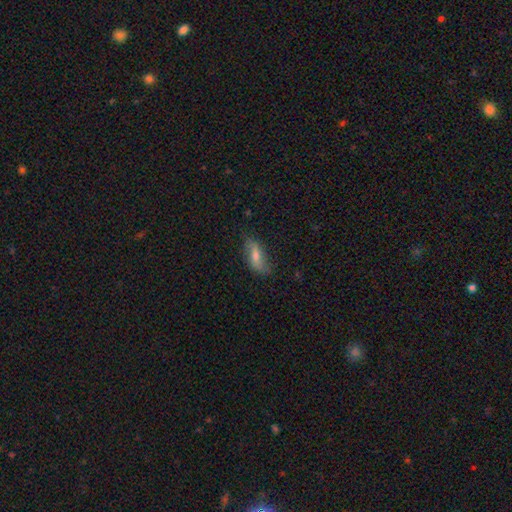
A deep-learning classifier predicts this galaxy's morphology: Smooth or featured?
  - smooth: 53% *
  - featured or disk: 39%
  - star or artifact: 8%
How rounded?
  - in between: 75% *
  - cigar-shaped: 21%
  - round: 4%
Merging?
  - none: 69% *
  - minor disturbance: 23%
  - major disturbance: 6%
  - merger: 2%